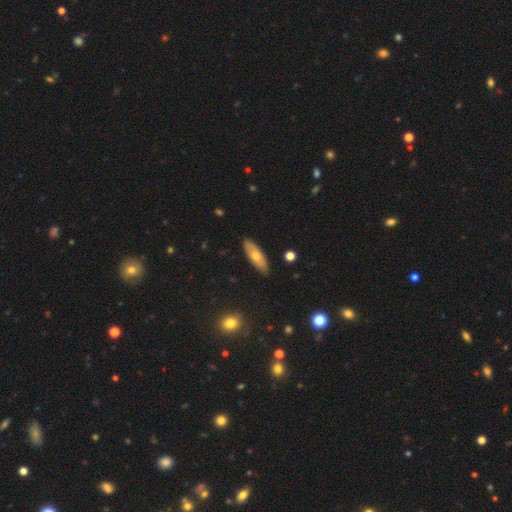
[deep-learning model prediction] smooth 57%, featured or disk 36%, star or artifact 7%. Down the decision tree: how rounded — in between (56%); merging — none (88%).